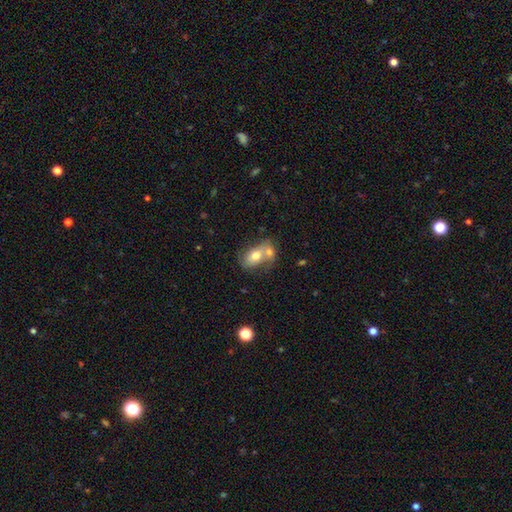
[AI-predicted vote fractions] This is likely a smooth galaxy (67%). How rounded: likely in between (76%). Merging: possibly merger (60%).